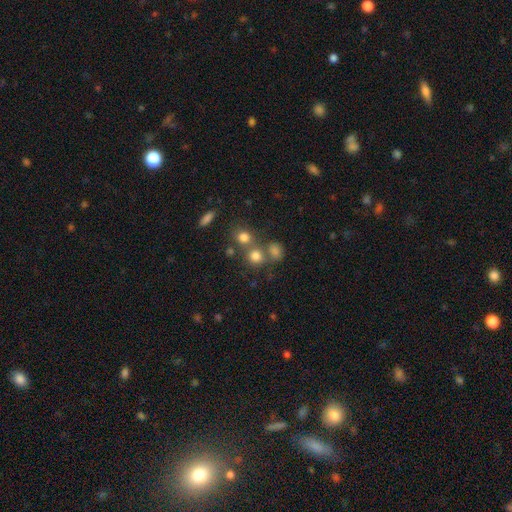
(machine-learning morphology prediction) Overall: smooth (76%). How rounded: round (84%). Merging: none (56%; merger 30%).